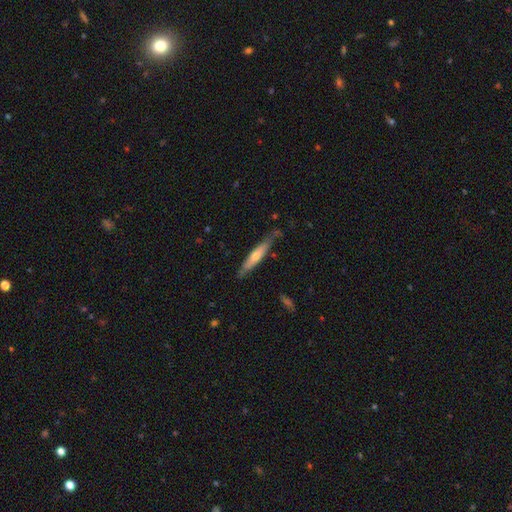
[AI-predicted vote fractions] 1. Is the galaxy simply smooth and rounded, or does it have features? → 49% featured or disk, 46% smooth, 5% star or artifact.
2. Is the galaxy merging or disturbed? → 72% none, 21% minor disturbance, 4% major disturbance, 2% merger.